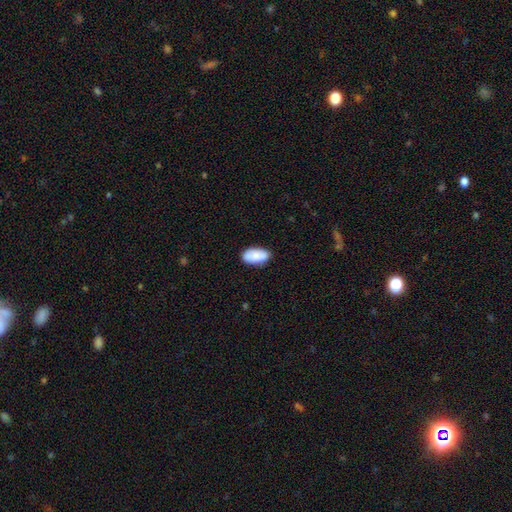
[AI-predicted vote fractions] A smooth galaxy with no disk features (83%) that is in between round and cigar-shaped (94%).

Vote fractions:
- Smooth or featured? smooth: 83% / featured or disk: 10% / star or artifact: 6%
- How rounded? in between: 94% / round: 3% / cigar-shaped: 3%
- Merging? none: 80% / minor disturbance: 16% / major disturbance: 3% / merger: 2%